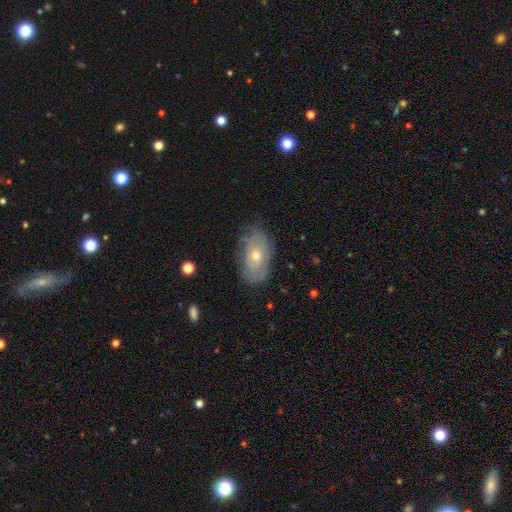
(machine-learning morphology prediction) This appears to be a featured or disk galaxy (51%). Merging: none (71%).